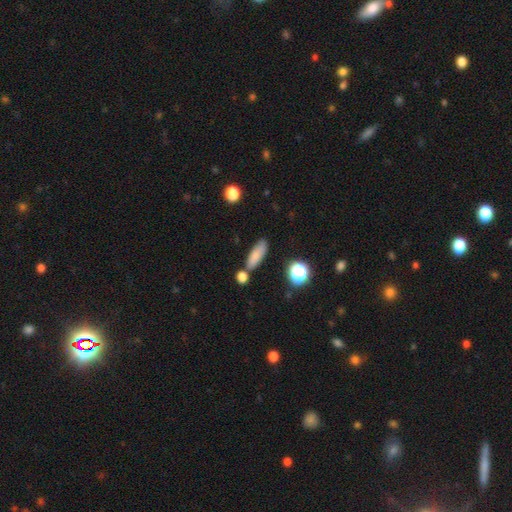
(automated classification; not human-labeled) Overall: smooth (79%). How rounded: in between (56%; cigar-shaped 39%). Merging: none (69%).